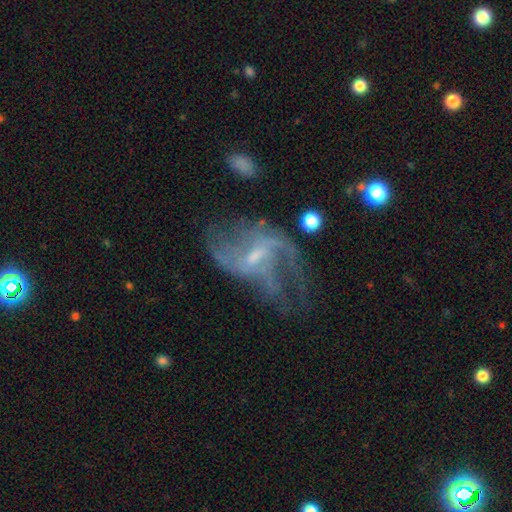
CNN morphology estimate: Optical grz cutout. It shows a featured or disk galaxy (81%) with a weak bar (57%), 2 (43%) loose (59%) spiral arms (84%) and a small central bulge (52%). Merging: none (40%).